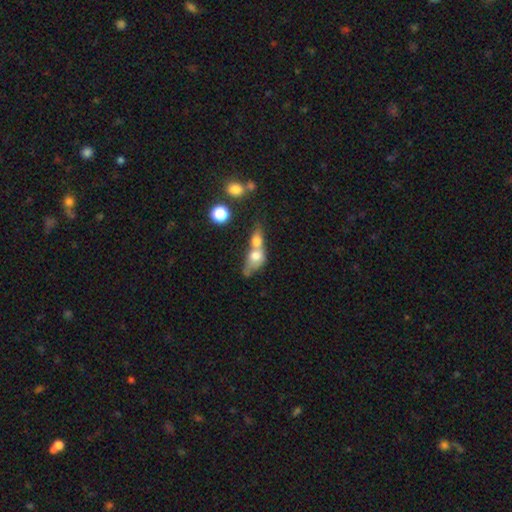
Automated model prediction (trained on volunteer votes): smooth_or_featured: smooth (p=0.63) [alt: featured or disk p=0.27]
how_rounded: in between (p=0.59) [alt: round p=0.33]
merging: merger (p=0.76) [alt: none p=0.11]